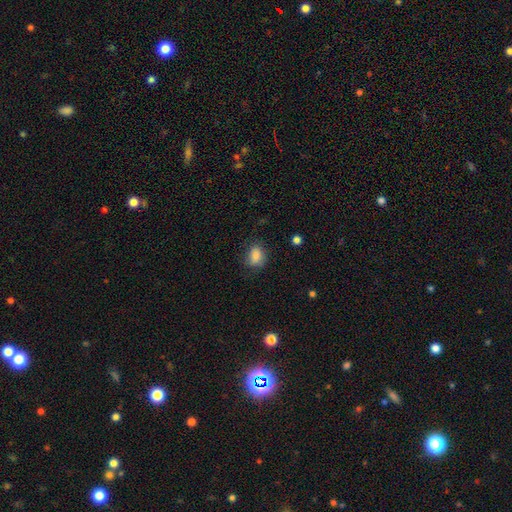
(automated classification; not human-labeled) smooth_or_featured: smooth (p=0.85) [alt: star or artifact p=0.09]
how_rounded: in between (p=0.74) [alt: round p=0.24]
merging: none (p=0.70) [alt: minor disturbance p=0.21]